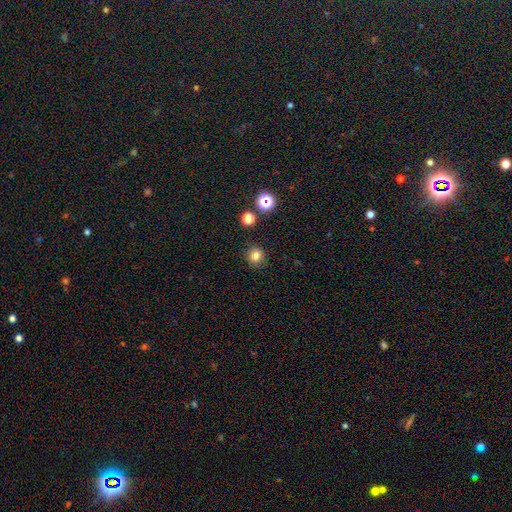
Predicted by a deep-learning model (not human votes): Overall: smooth (79%). How rounded: round (89%). Merging: none (88%).